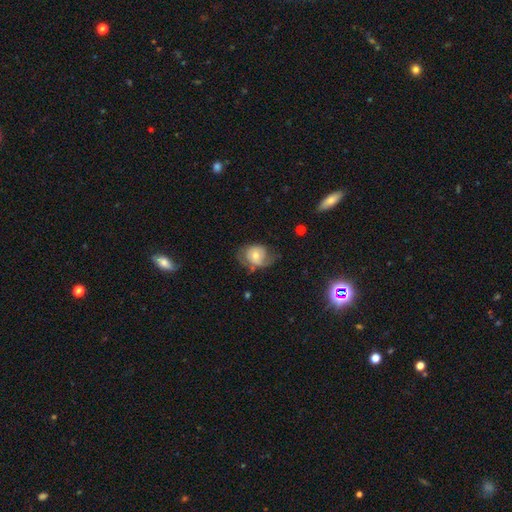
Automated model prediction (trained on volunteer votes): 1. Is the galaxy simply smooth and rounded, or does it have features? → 47% featured or disk, 45% smooth, 8% star or artifact.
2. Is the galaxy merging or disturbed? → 45% none, 31% minor disturbance, 22% major disturbance, 2% merger.